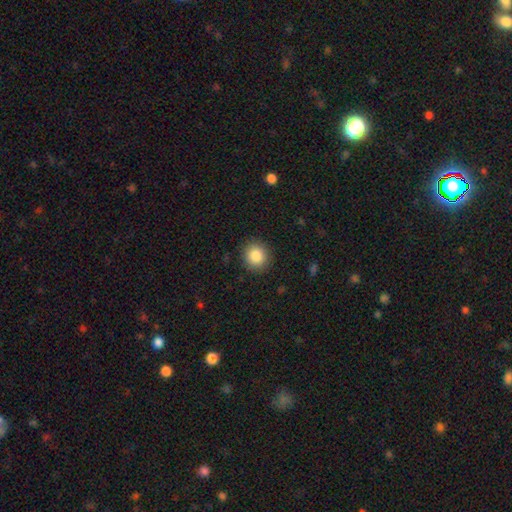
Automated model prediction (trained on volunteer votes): Smooth or featured? smooth (86%)
How rounded? round (89%)
Merging? none (91%)